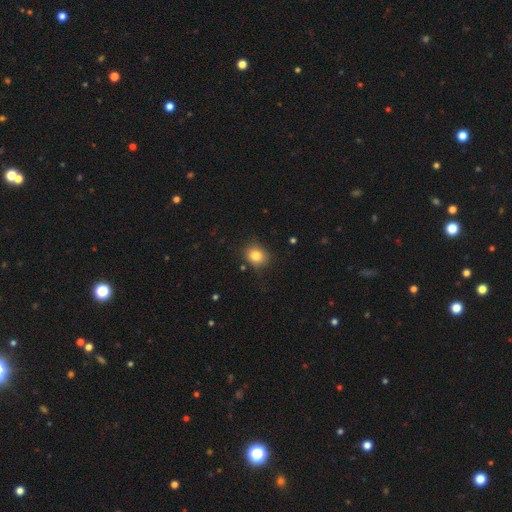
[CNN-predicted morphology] smooth-or-featured: smooth: 82% | star or artifact: 10% | featured or disk: 7%
  how-rounded: round: 62% | in between: 37% | cigar-shaped: 1%
  merging: none: 82% | minor disturbance: 14% | major disturbance: 3% | merger: 2%